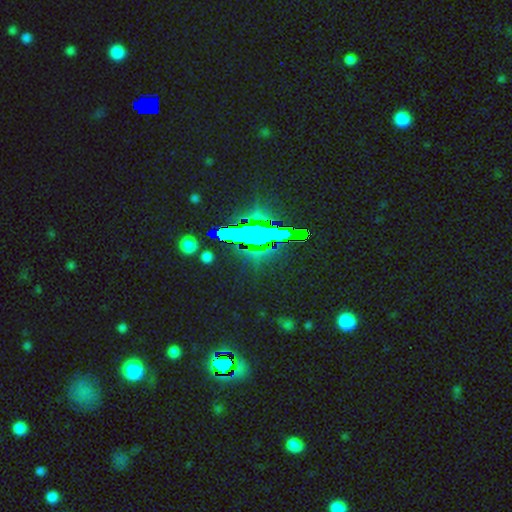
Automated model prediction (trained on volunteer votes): This appears to be a star or artifact, not a galaxy (75%).